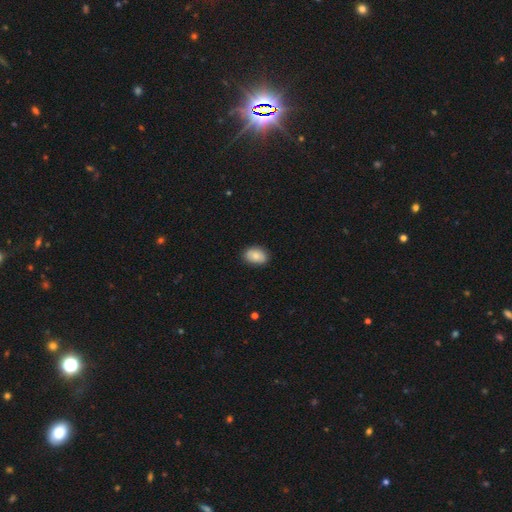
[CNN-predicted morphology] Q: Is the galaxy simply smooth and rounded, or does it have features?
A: smooth — 83%.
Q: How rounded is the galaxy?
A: in between — 84%.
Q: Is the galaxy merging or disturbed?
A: none — 86%.